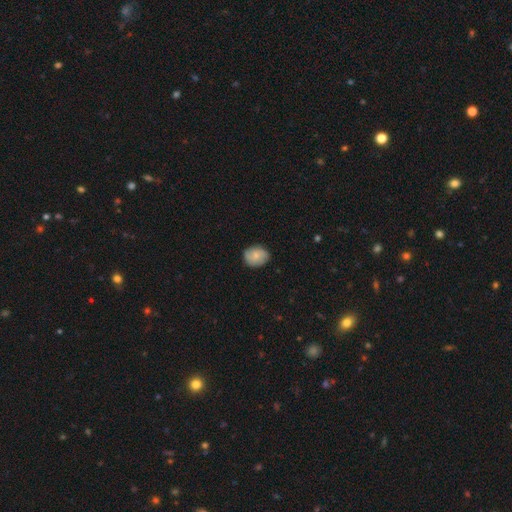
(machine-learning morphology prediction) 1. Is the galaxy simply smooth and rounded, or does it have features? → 69% smooth, 24% featured or disk, 7% star or artifact.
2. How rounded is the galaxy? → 52% round, 46% in between, 1% cigar-shaped.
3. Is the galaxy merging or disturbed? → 81% none, 15% minor disturbance, 3% major disturbance, 1% merger.